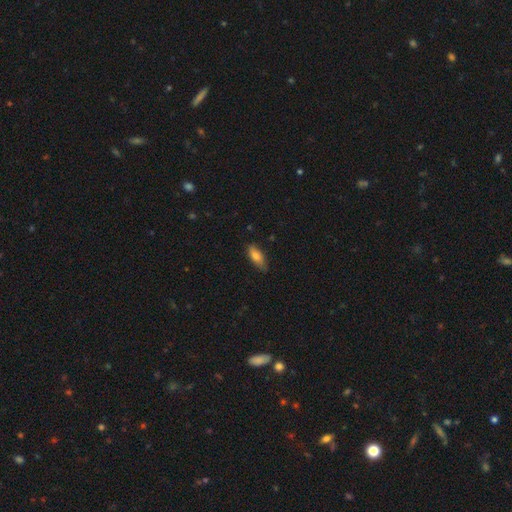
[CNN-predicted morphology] A smooth galaxy with no disk features (79%) that is in between round and cigar-shaped (72%).

Vote fractions:
- Smooth or featured? smooth: 79% / featured or disk: 14% / star or artifact: 7%
- How rounded? in between: 72% / cigar-shaped: 25% / round: 2%
- Merging? none: 77% / minor disturbance: 19% / major disturbance: 3% / merger: 1%